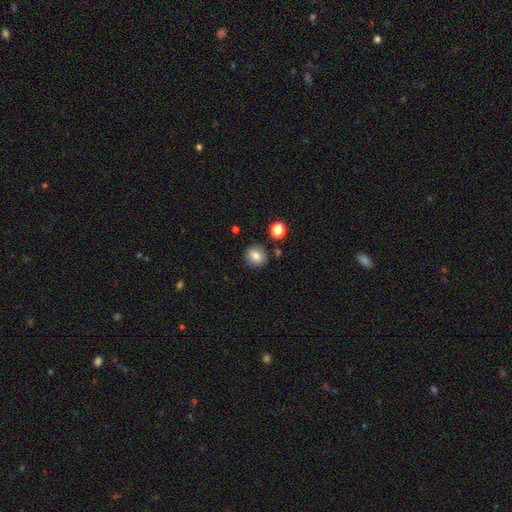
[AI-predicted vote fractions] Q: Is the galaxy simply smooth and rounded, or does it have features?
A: smooth — 82%.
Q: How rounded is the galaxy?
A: round — 85%.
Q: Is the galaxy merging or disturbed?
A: none — 87%.